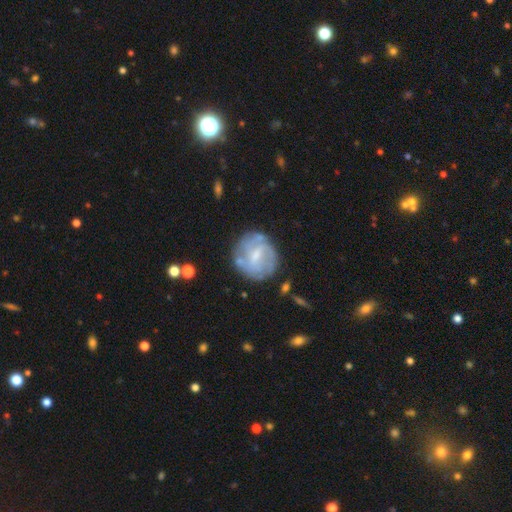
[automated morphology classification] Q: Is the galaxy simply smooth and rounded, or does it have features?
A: featured or disk — 62%.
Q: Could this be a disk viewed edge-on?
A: no — 97%.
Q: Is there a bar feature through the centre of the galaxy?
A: weak — 57%.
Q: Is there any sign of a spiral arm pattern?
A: yes — 63%.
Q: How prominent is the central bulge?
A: small — 47%.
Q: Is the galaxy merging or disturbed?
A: none — 70%.